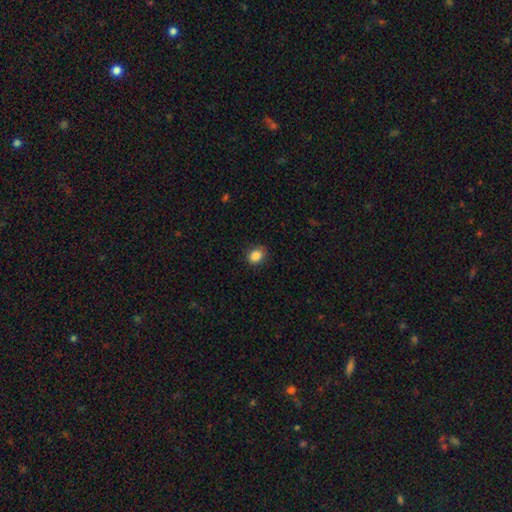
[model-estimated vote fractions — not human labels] A smooth galaxy with no disk features (87%) that is in between round and cigar-shaped (54%).

Vote fractions:
- Smooth or featured? smooth: 87% / star or artifact: 9% / featured or disk: 4%
- How rounded? in between: 54% / round: 45% / cigar-shaped: 1%
- Merging? none: 85% / minor disturbance: 12% / major disturbance: 3% / merger: 1%